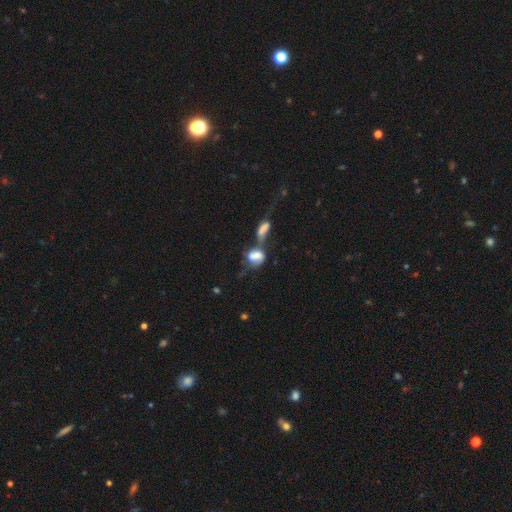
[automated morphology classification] A smooth galaxy with no disk features (59%) that is in between round and cigar-shaped (75%). Merging: merger (65%).